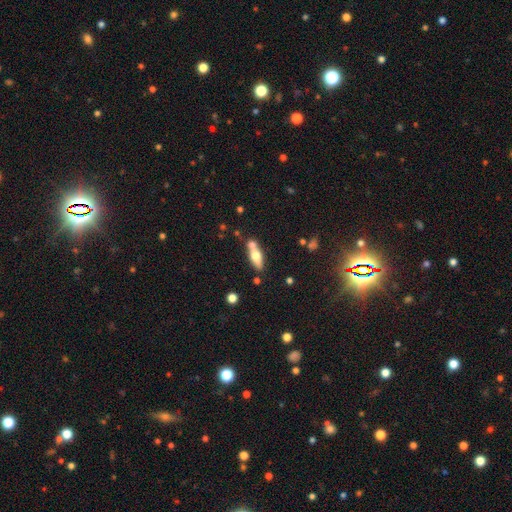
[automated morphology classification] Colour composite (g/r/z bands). It shows a smooth galaxy with no disk features (59%) that is in between round and cigar-shaped (59%). Merging: none (53%).